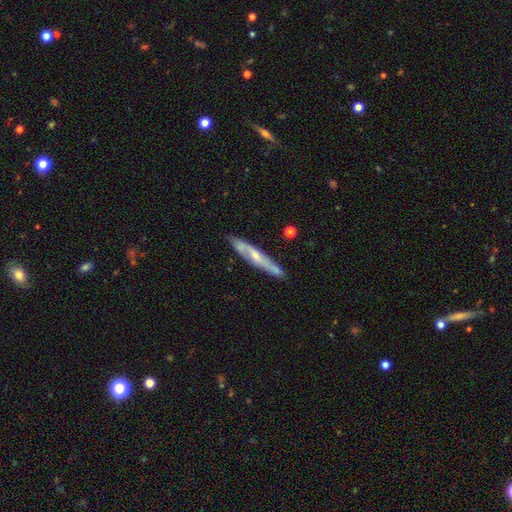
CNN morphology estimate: The model was most divided on "smooth or featured": featured or disk: 64%, smooth: 30%, star or artifact: 6%. More confident: merging — none (79%); edge-on disk — yes (73%).